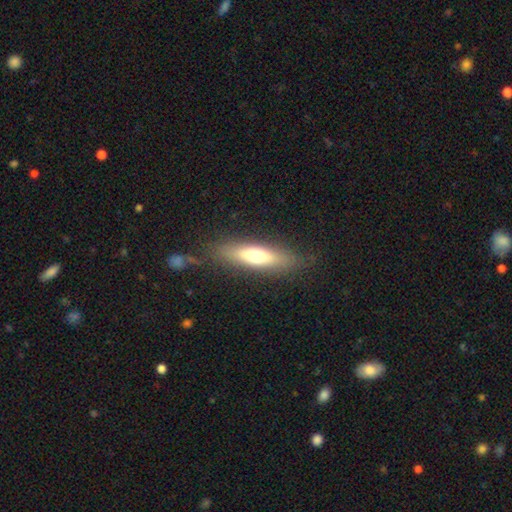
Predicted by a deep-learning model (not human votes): A smooth galaxy with no disk features (61%) that is cigar-shaped (62%). Merging: none (81%).